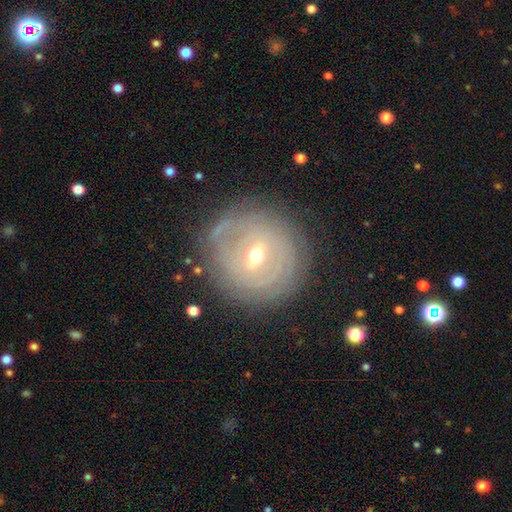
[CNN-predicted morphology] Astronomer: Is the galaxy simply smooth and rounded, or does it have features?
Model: featured or disk — 70%.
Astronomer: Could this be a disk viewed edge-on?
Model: no — 95%.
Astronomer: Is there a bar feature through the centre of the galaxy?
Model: weak — 44% (runner-up: no, 40%).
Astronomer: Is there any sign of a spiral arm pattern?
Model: yes — 68%.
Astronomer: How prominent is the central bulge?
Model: moderate — 52% (runner-up: small, 44%).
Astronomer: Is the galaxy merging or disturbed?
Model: none — 80%.